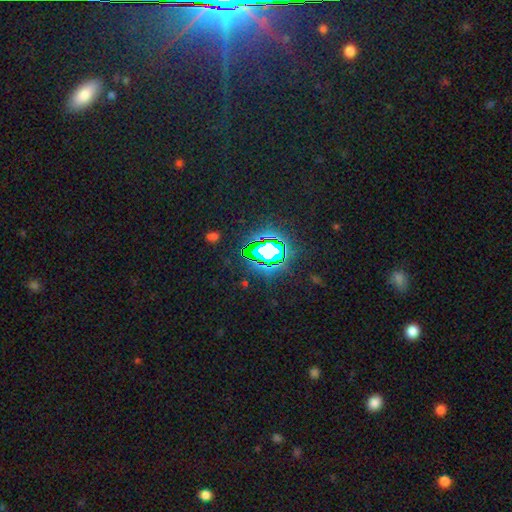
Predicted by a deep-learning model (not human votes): Q: Smooth or featured?
A: star or artifact (82%); runner-up: smooth (11%)